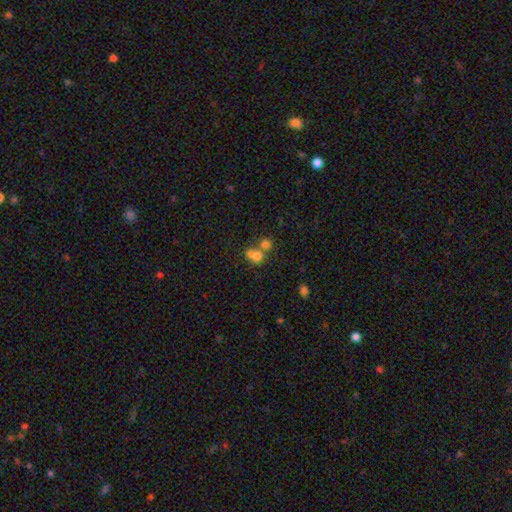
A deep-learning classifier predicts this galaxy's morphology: Overall: smooth (67%). How rounded: round (76%). Merging: merger (59%; none 31%).